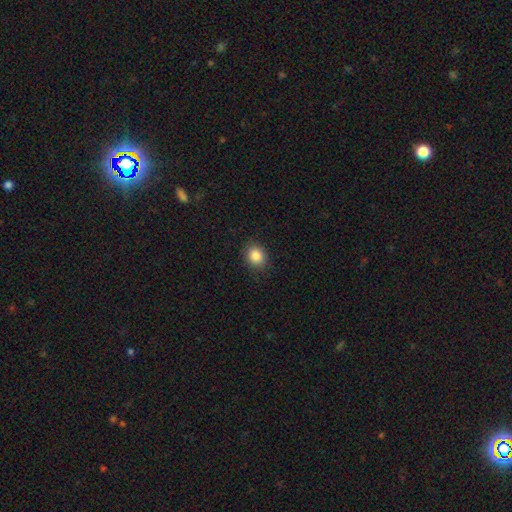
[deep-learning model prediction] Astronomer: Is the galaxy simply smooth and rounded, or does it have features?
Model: smooth — 86%.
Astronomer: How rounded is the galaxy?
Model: round — 61% (runner-up: in between, 38%).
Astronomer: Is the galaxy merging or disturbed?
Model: none — 88%.